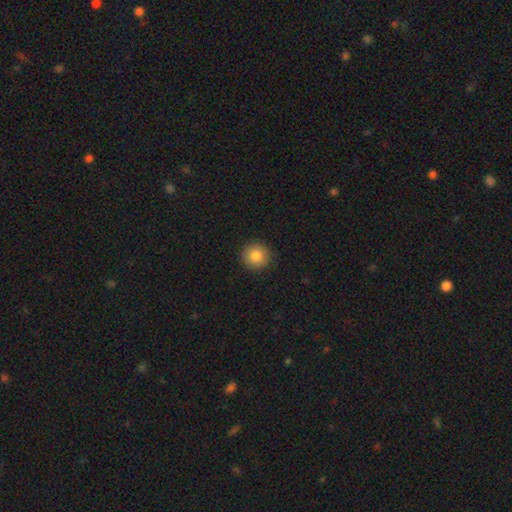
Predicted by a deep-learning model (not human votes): A smooth galaxy with no disk features (84%) that is round (94%).

Vote fractions:
- Smooth or featured? smooth: 84% / star or artifact: 9% / featured or disk: 7%
- How rounded? round: 94% / in between: 5% / cigar-shaped: 1%
- Merging? none: 91% / minor disturbance: 6% / major disturbance: 2% / merger: 1%